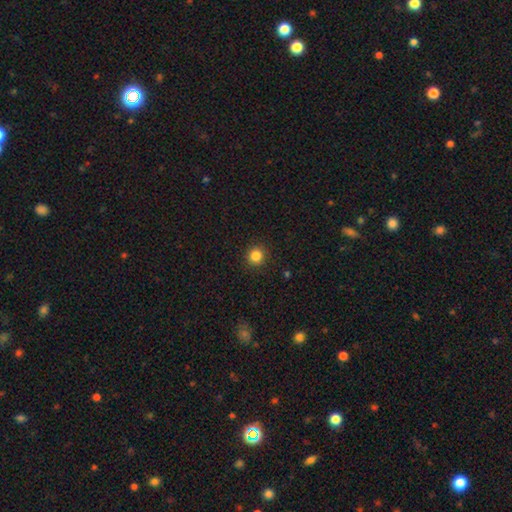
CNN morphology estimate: smooth-or-featured: smooth: 85% | star or artifact: 11% | featured or disk: 4%
  how-rounded: round: 93% | in between: 6% | cigar-shaped: 1%
  merging: none: 91% | minor disturbance: 6% | major disturbance: 2% | merger: 1%